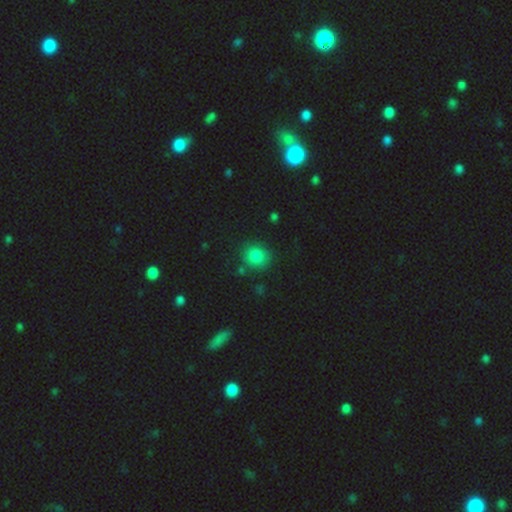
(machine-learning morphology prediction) smooth_or_featured: smooth (p=0.80) [alt: star or artifact p=0.14]
how_rounded: round (p=0.82) [alt: in between p=0.17]
merging: none (p=0.81) [alt: minor disturbance p=0.11]